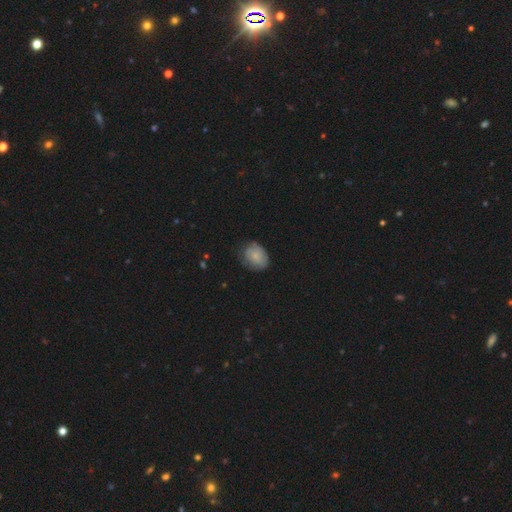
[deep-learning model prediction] smooth_or_featured: smooth (p=0.73) [alt: featured or disk p=0.19]
how_rounded: in between (p=0.60) [alt: round p=0.39]
merging: none (p=0.63) [alt: minor disturbance p=0.28]